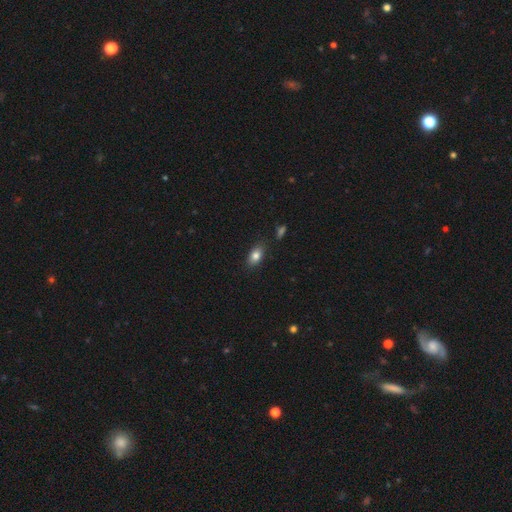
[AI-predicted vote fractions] Smooth or featured? Predicted: smooth (p=0.82). How rounded? Predicted: in between (p=0.86). Merging? Predicted: none (p=0.82).